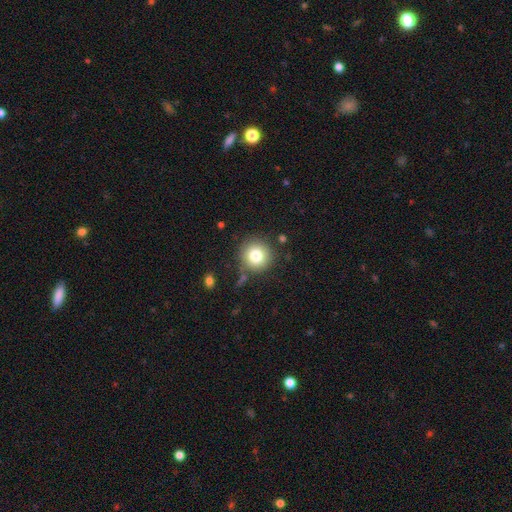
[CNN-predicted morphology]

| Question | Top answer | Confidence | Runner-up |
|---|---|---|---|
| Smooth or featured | smooth | 79% | star or artifact (11%) |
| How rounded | round | 94% | in between (5%) |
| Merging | none | 84% | minor disturbance (9%) |